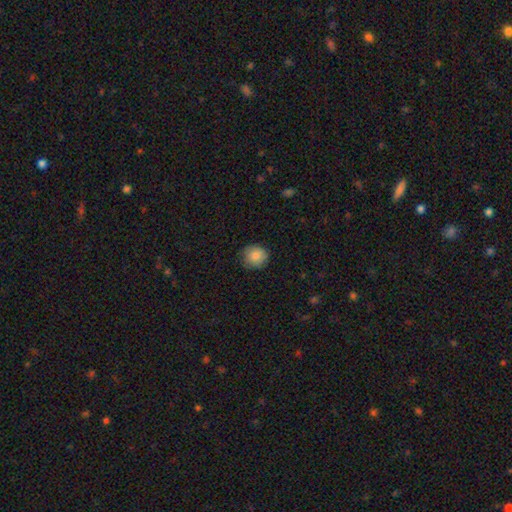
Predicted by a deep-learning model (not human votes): smooth-or-featured: smooth: 86% | star or artifact: 9% | featured or disk: 6%
  how-rounded: round: 89% | in between: 10% | cigar-shaped: 1%
  merging: none: 82% | minor disturbance: 14% | major disturbance: 3% | merger: 1%